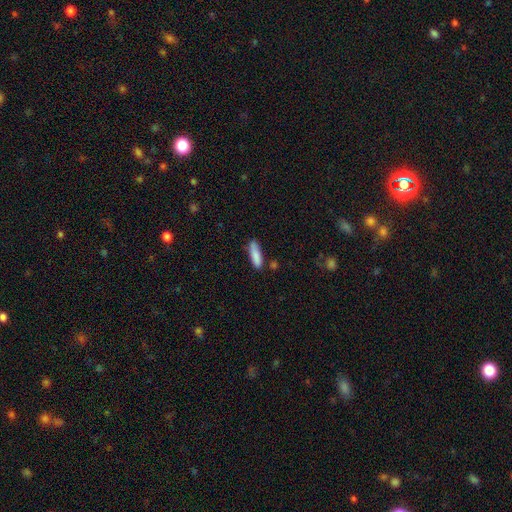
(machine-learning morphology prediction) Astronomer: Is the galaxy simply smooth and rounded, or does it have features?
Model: smooth — 86%.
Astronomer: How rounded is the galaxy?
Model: cigar-shaped — 66%.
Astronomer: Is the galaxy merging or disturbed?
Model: none — 75%.